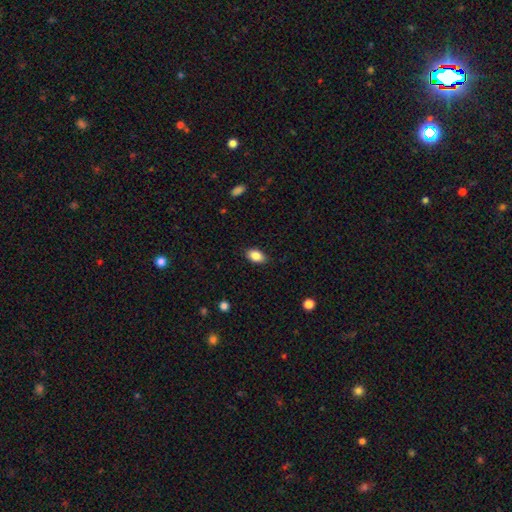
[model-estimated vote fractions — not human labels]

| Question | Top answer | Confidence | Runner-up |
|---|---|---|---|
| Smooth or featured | smooth | 87% | star or artifact (8%) |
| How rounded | in between | 89% | round (9%) |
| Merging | none | 85% | minor disturbance (12%) |